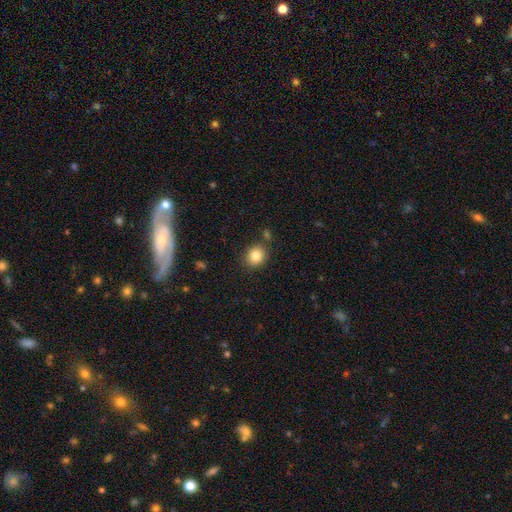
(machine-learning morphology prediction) Q: Smooth or featured?
A: smooth (84%); runner-up: star or artifact (10%)
Q: How rounded?
A: round (76%); runner-up: in between (24%)
Q: Merging?
A: none (82%); runner-up: minor disturbance (10%)